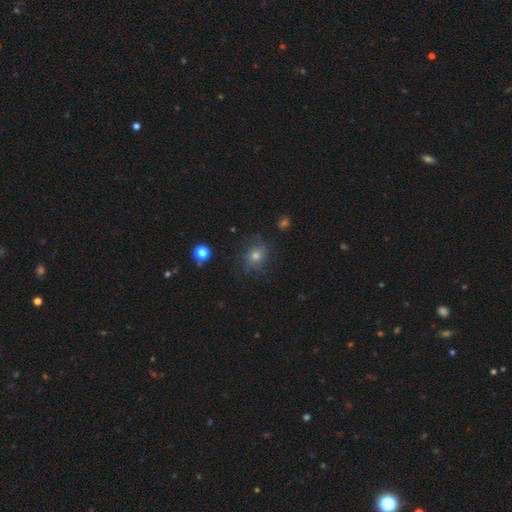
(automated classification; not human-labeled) The model was most divided on "smooth or featured": smooth: 42%, featured or disk: 36%, star or artifact: 21%. More confident: merging — none (72%).